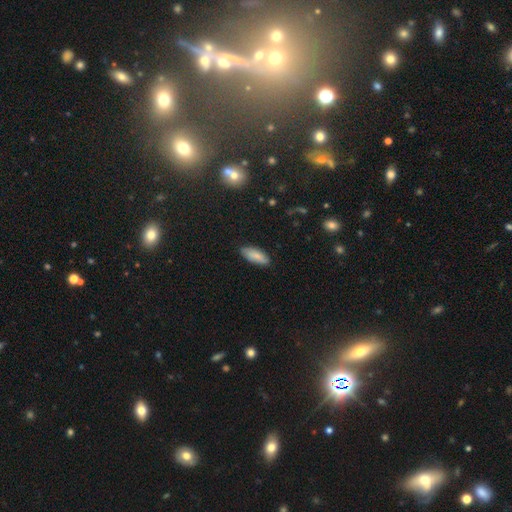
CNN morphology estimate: Smooth or featured? Predicted: smooth (p=0.81). How rounded? Predicted: in between (p=0.79). Merging? Predicted: none (p=0.82).